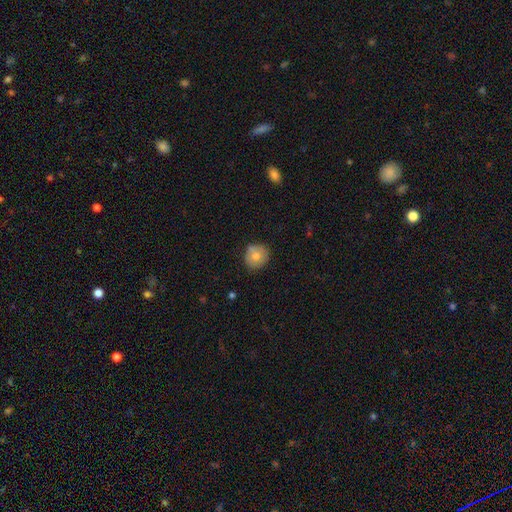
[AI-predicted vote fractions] The model was most divided on "smooth or featured": smooth: 74%, featured or disk: 18%, star or artifact: 9%. More confident: how rounded — round (87%); merging — none (75%).